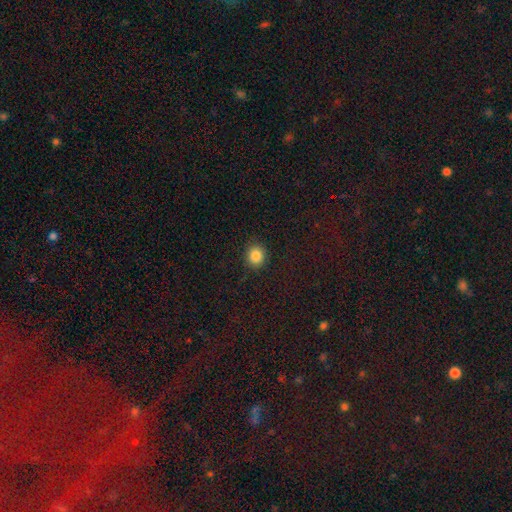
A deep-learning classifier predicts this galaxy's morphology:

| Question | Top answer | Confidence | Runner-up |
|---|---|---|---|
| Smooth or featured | smooth | 85% | star or artifact (11%) |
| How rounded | round | 80% | in between (19%) |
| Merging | none | 90% | minor disturbance (7%) |